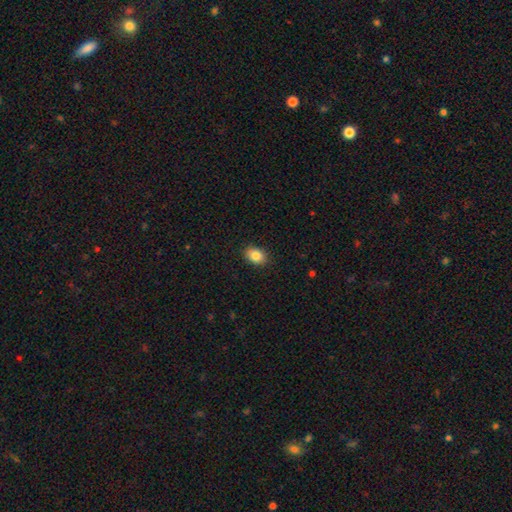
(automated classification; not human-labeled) Morphology: type=smooth (86%); roundness=in between (73%); merging=none (89%).